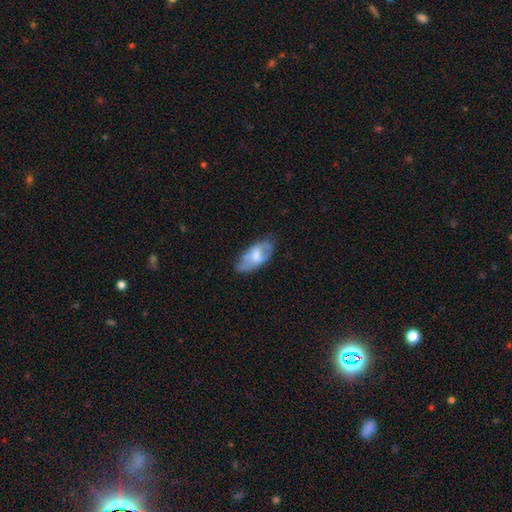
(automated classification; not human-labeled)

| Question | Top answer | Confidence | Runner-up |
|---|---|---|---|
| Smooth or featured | smooth | 53% | featured or disk (40%) |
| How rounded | in between | 91% | cigar-shaped (6%) |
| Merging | none | 60% | minor disturbance (28%) |